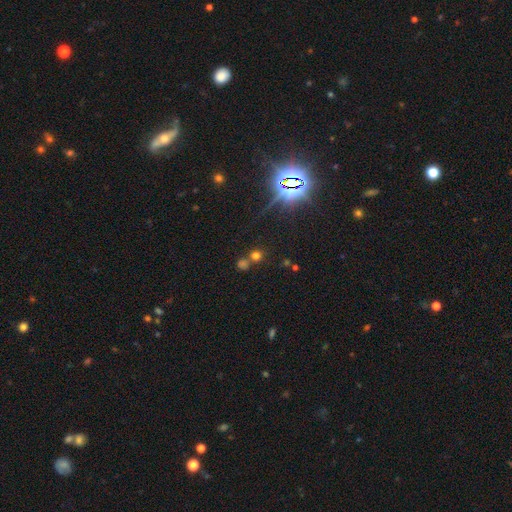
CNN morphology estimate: Smooth or featured: smooth — 58% (star or artifact — 33%)
How rounded: round — 90% (in between — 9%)
Merging: none — 60% (merger — 29%)